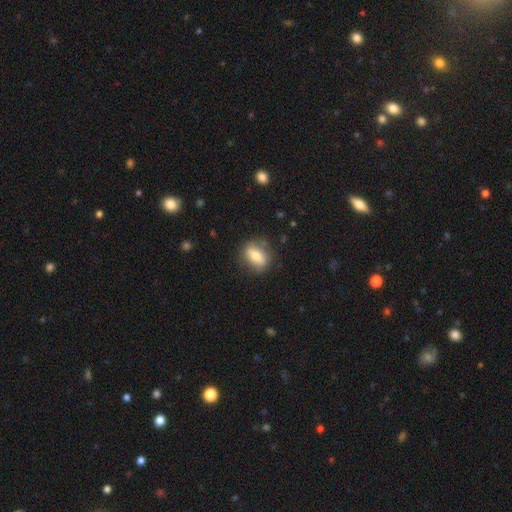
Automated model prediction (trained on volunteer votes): Smooth or featured?
  - smooth: 68% *
  - featured or disk: 24%
  - star or artifact: 7%
How rounded?
  - in between: 71% *
  - round: 19%
  - cigar-shaped: 10%
Merging?
  - none: 79% *
  - minor disturbance: 15%
  - major disturbance: 5%
  - merger: 2%